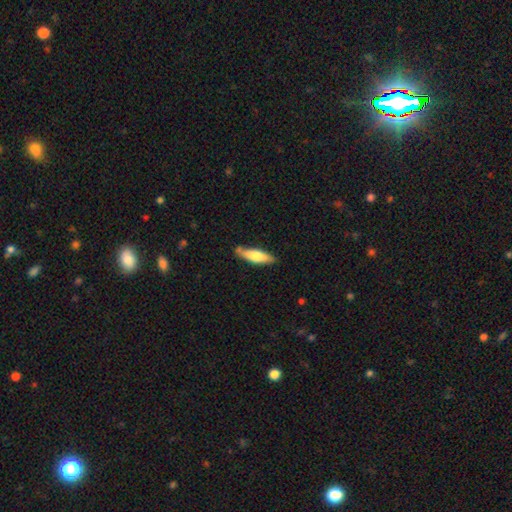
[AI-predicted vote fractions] smooth-or-featured: smooth: 68% | featured or disk: 27% | star or artifact: 5%
  how-rounded: cigar-shaped: 60% | in between: 39% | round: 2%
  merging: none: 77% | minor disturbance: 16% | merger: 4% | major disturbance: 3%